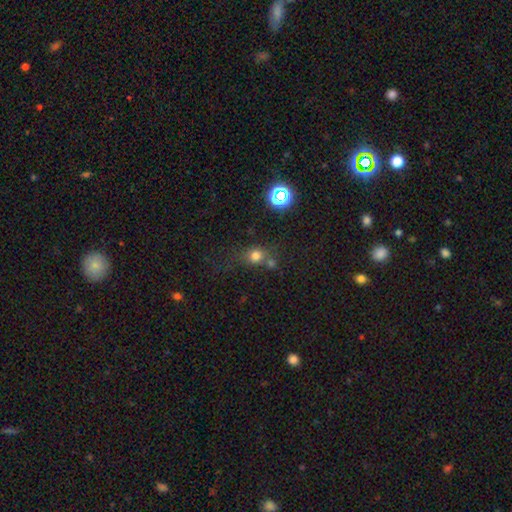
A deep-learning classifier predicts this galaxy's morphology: Overall: smooth (71%). How rounded: round (75%). Merging: none (56%; merger 21%).